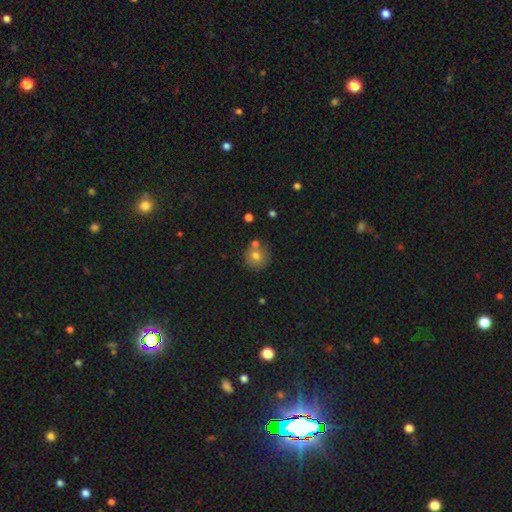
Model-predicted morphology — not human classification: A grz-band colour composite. It shows a smooth galaxy with no disk features (72%) that is round (90%). Merging: none (65%).